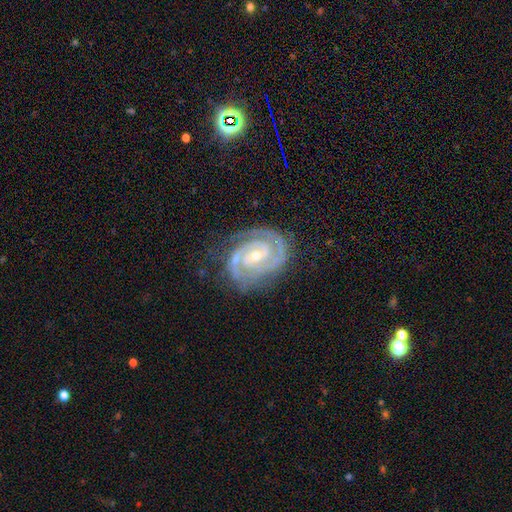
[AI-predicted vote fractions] Morphology: type=featured or disk (92%); edge-on=no (97%); bar=no (51%); spiral arms=yes (98%); winding=tight (75%); arm count=2 (76%); bulge=small (64%); merging=none (74%).